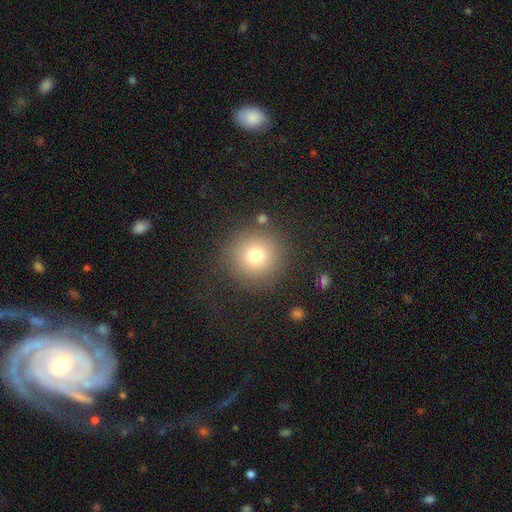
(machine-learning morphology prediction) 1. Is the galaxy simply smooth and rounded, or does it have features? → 76% smooth, 13% star or artifact, 11% featured or disk.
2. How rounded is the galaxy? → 95% round, 4% in between, 1% cigar-shaped.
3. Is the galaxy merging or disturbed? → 84% none, 8% minor disturbance, 4% major disturbance, 3% merger.